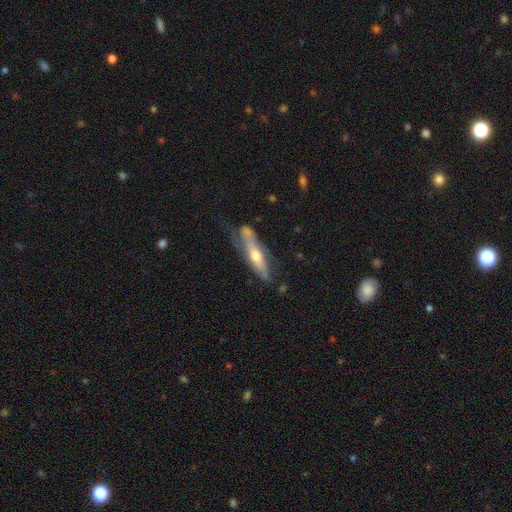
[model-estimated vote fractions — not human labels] featured or disk 61%, smooth 33%, star or artifact 6%. Down the decision tree: edge-on disk — yes (69%); merging — none (46%).